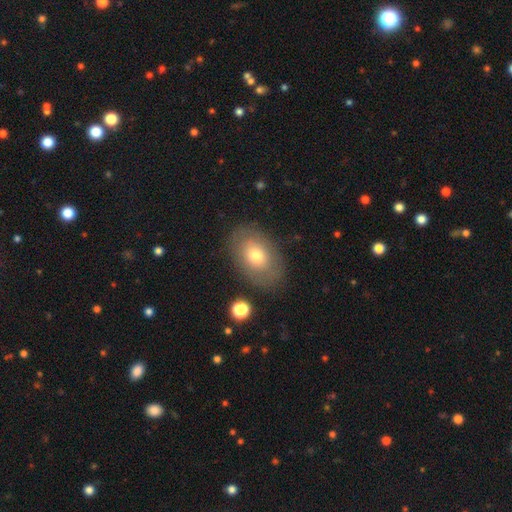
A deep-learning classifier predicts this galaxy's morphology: smooth 66%, featured or disk 25%, star or artifact 9%. Down the decision tree: how rounded — in between (83%); merging — none (81%).